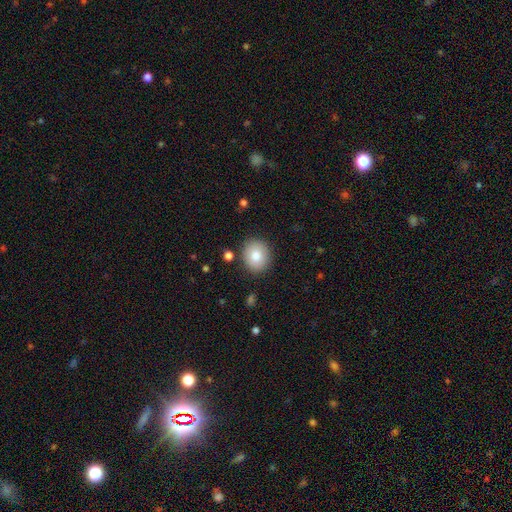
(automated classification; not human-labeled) This is clearly a smooth galaxy (82%). How rounded: likely round (71%). Merging: clearly none (87%).